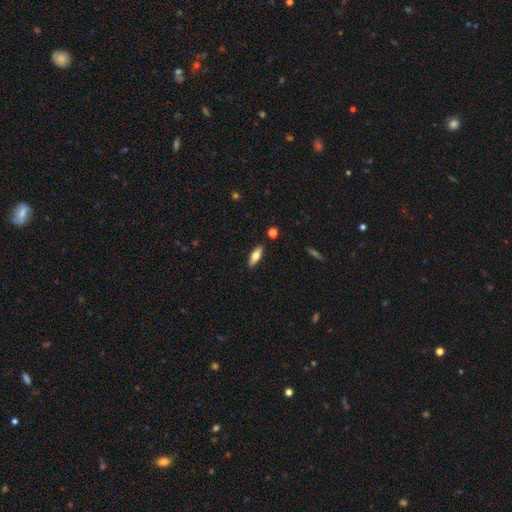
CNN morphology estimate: Q: Smooth or featured?
A: smooth (58%); runner-up: featured or disk (35%)
Q: How rounded?
A: in between (58%); runner-up: cigar-shaped (39%)
Q: Merging?
A: none (88%); runner-up: minor disturbance (8%)